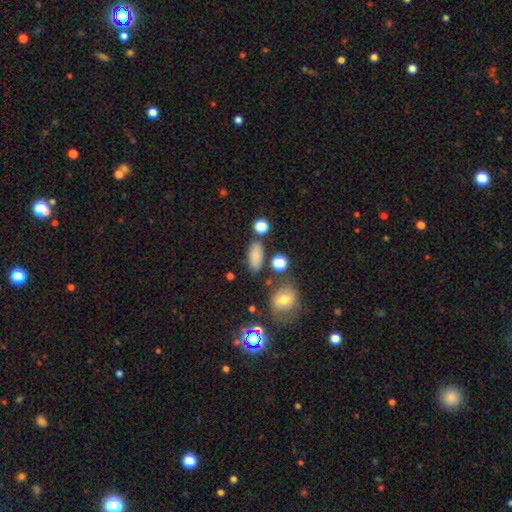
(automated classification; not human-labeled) Smooth or featured? smooth (78%)
How rounded? in between (85%)
Merging? none (74%)